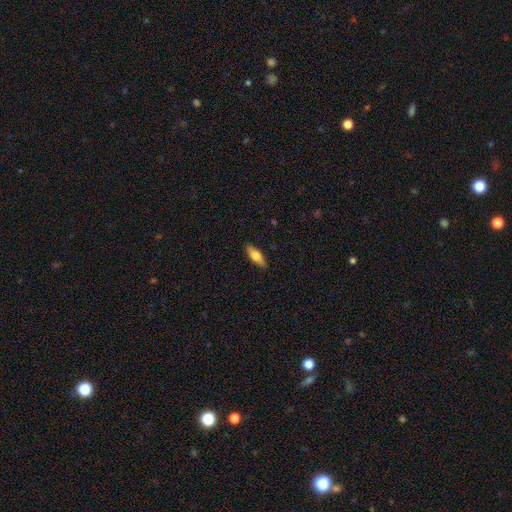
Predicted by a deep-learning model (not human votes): Smooth or featured? Predicted: smooth (p=0.67). How rounded? Predicted: in between (p=0.58). Merging? Predicted: none (p=0.88).